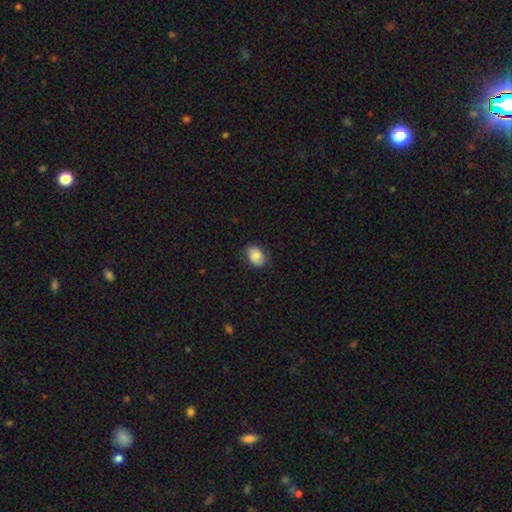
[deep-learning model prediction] A smooth galaxy with no disk features (80%) that is in between round and cigar-shaped (71%).

Vote fractions:
- Smooth or featured? smooth: 80% / featured or disk: 12% / star or artifact: 8%
- How rounded? in between: 71% / round: 28% / cigar-shaped: 1%
- Merging? none: 76% / minor disturbance: 19% / major disturbance: 4% / merger: 1%